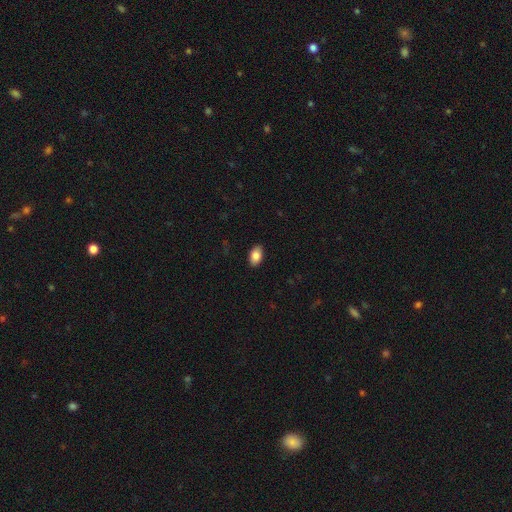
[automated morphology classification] The model was most divided on "merging": none: 88%, minor disturbance: 9%, major disturbance: 2%, merger: 1%. More confident: how rounded — in between (92%); smooth or featured — smooth (87%).